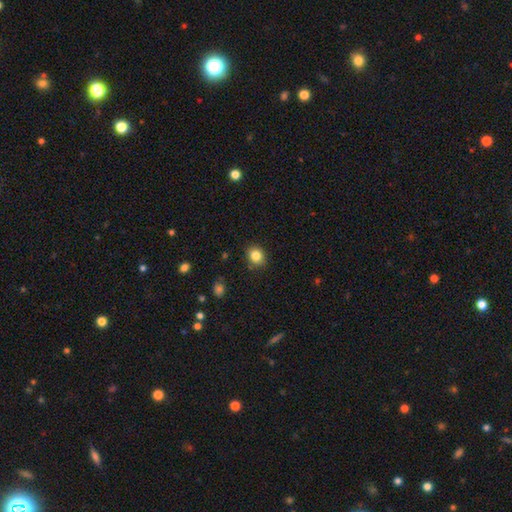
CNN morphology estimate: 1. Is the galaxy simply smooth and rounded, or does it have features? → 83% smooth, 11% star or artifact, 6% featured or disk.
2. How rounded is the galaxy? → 68% round, 31% in between, 1% cigar-shaped.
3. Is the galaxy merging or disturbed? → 88% none, 9% minor disturbance, 2% major disturbance, 2% merger.